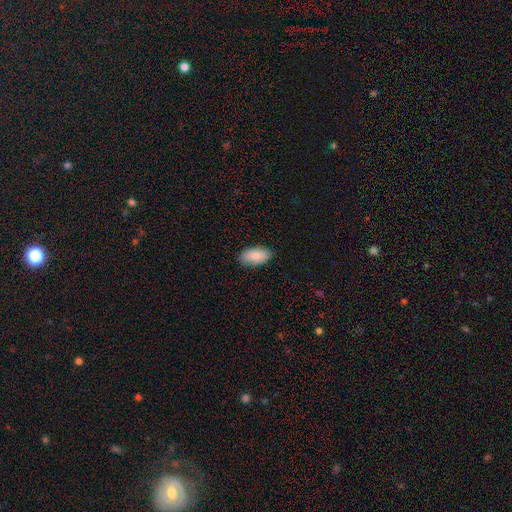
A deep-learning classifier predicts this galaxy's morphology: A smooth galaxy with no disk features (86%) that is in between round and cigar-shaped (95%).

Vote fractions:
- Smooth or featured? smooth: 86% / featured or disk: 8% / star or artifact: 6%
- How rounded? in between: 95% / round: 3% / cigar-shaped: 3%
- Merging? none: 87% / minor disturbance: 10% / major disturbance: 2% / merger: 1%